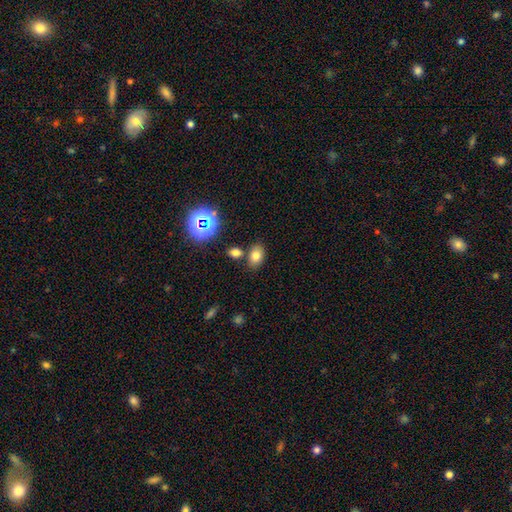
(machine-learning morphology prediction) A smooth galaxy with no disk features (76%) that is in between round and cigar-shaped (81%). Merging: none (72%).